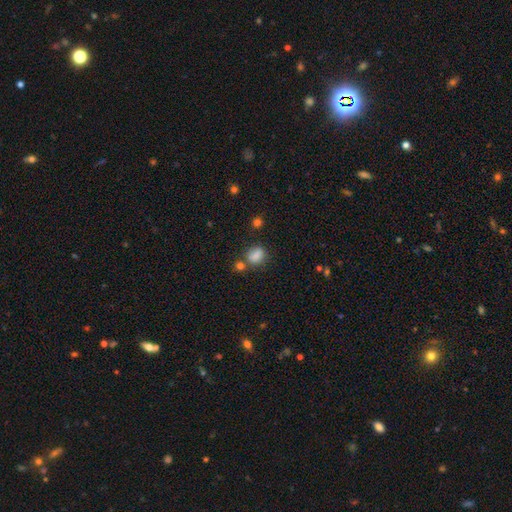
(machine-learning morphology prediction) Q: Smooth or featured?
A: smooth (81%); runner-up: star or artifact (12%)
Q: How rounded?
A: in between (63%); runner-up: round (35%)
Q: Merging?
A: none (57%); runner-up: minor disturbance (19%)